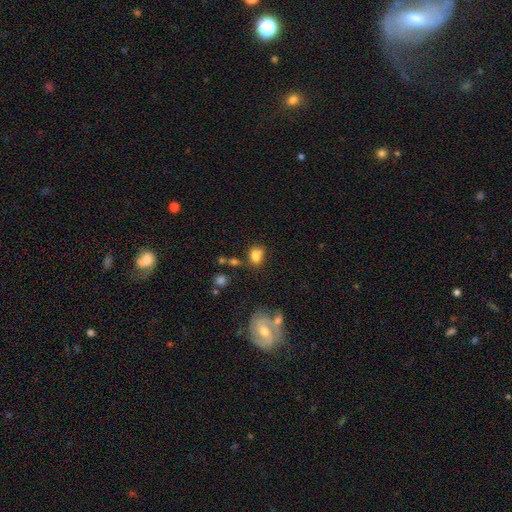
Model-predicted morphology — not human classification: Q: Smooth or featured?
A: smooth (80%); runner-up: star or artifact (11%)
Q: How rounded?
A: in between (57%); runner-up: round (42%)
Q: Merging?
A: none (58%); runner-up: minor disturbance (20%)